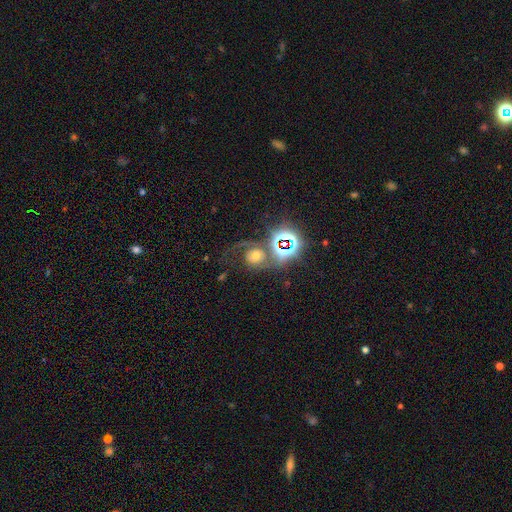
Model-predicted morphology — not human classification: type=featured or disk (46%); merging=none (41%).